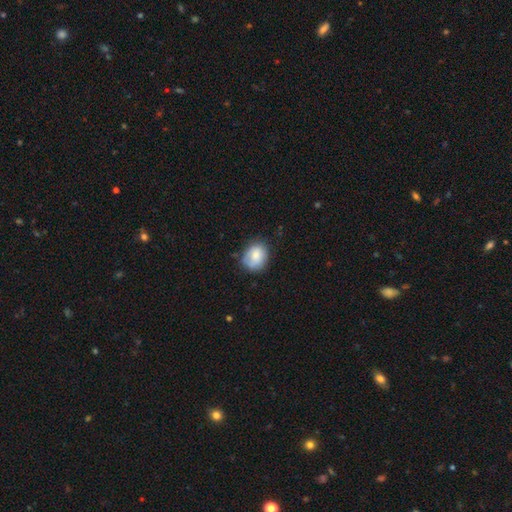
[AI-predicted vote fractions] Smooth or featured? Predicted: smooth (p=0.75). How rounded? Predicted: round (p=0.53). Merging? Predicted: none (p=0.67).